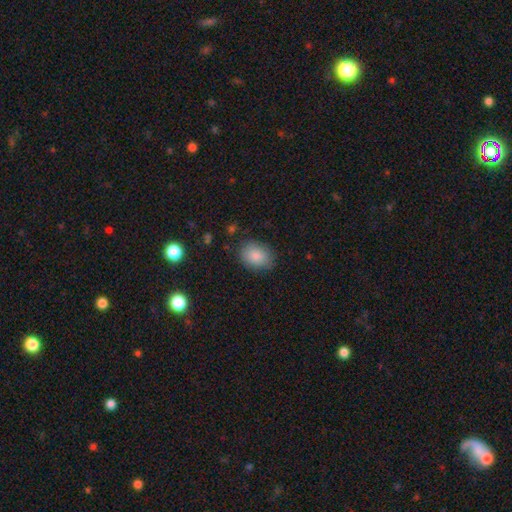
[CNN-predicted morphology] Smooth or featured? Predicted: smooth (p=0.86). How rounded? Predicted: in between (p=0.67). Merging? Predicted: none (p=0.81).